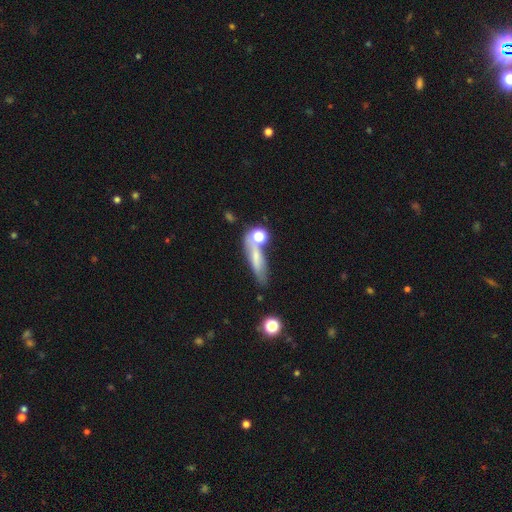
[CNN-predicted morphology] Smooth or featured?
  - smooth: 58% *
  - featured or disk: 29%
  - star or artifact: 13%
How rounded?
  - cigar-shaped: 60% *
  - in between: 31%
  - round: 9%
Merging?
  - none: 52% *
  - merger: 19%
  - minor disturbance: 19%
  - major disturbance: 10%